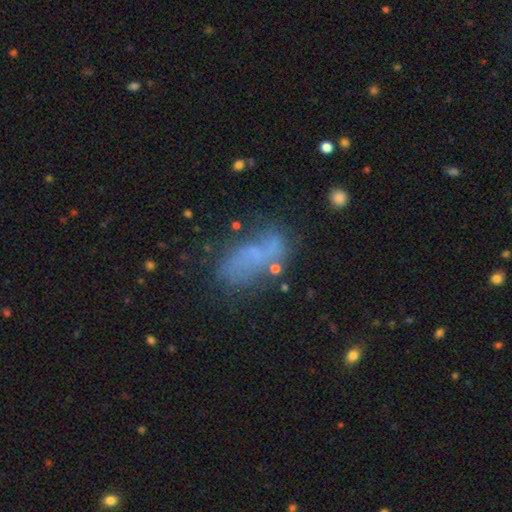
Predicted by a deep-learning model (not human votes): Smooth or featured? Predicted: smooth (p=0.47). Merging? Predicted: none (p=0.49).